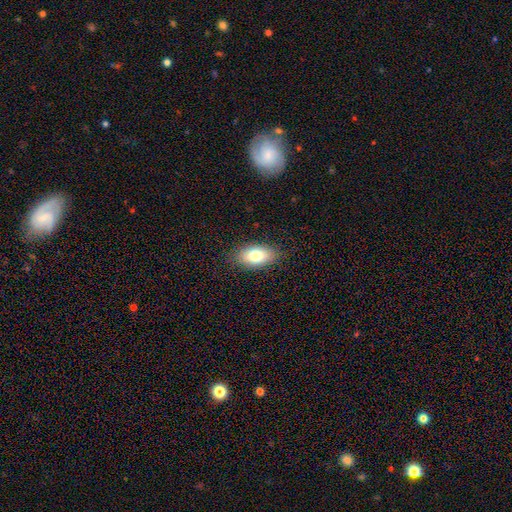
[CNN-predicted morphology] Smooth or featured? Predicted: smooth (p=0.80). How rounded? Predicted: in between (p=0.92). Merging? Predicted: none (p=0.87).